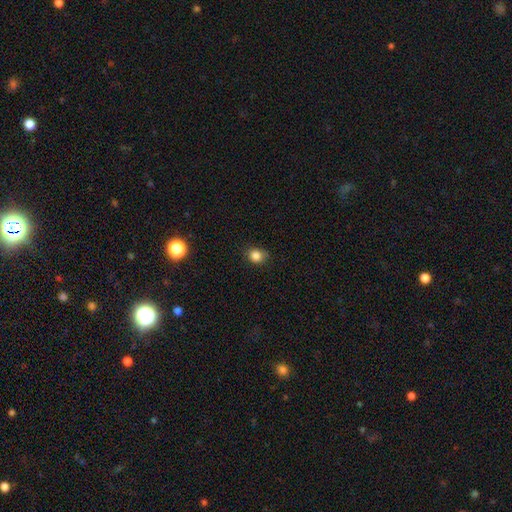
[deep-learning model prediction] A smooth galaxy with no disk features (84%) that is round (67%). Merging: none (79%).